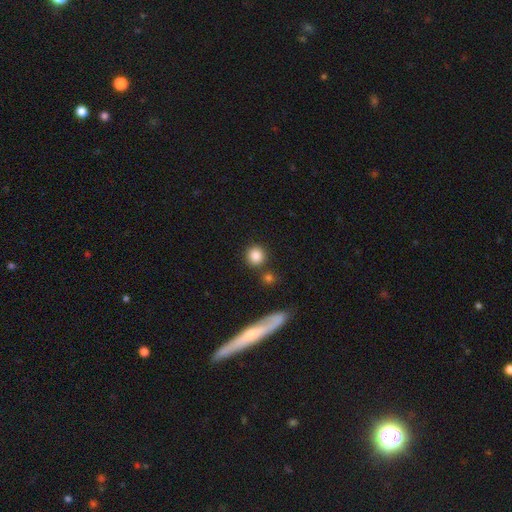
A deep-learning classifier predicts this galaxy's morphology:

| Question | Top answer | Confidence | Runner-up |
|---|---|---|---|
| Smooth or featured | smooth | 85% | star or artifact (9%) |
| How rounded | round | 87% | in between (11%) |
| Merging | none | 78% | minor disturbance (9%) |